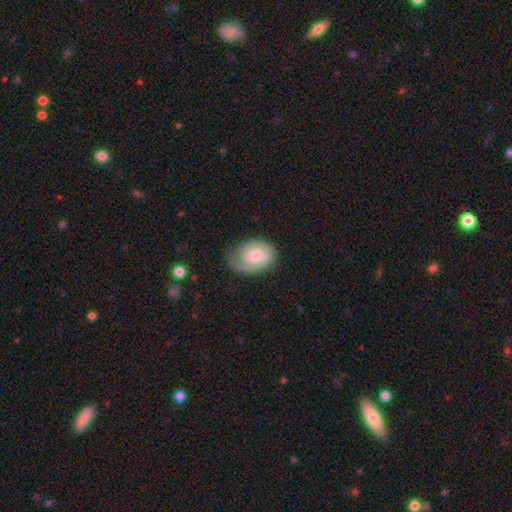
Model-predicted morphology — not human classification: This is likely a featured or disk galaxy (76%). It is clearly not viewed edge-on (97%). Bar: likely no (61%). Spiral arm pattern: clearly yes (94%). Spiral arm count: possibly 2 (54%). Spiral winding: possibly tight (50%). Central bulge: possibly moderate (54%). Merging: likely none (60%).